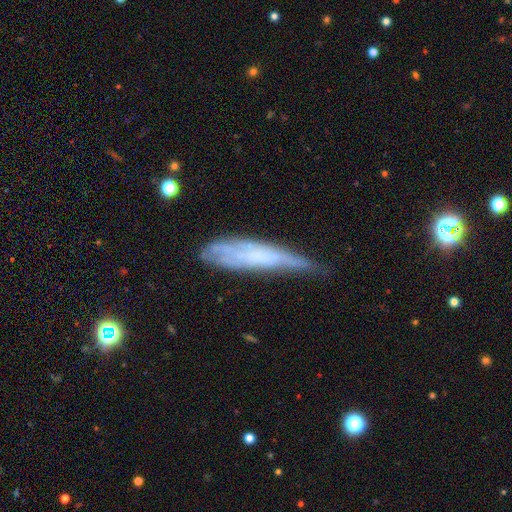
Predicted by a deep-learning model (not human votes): Smooth or featured: featured or disk — 48% (smooth — 43%)
Merging: minor disturbance — 41% (none — 39%)